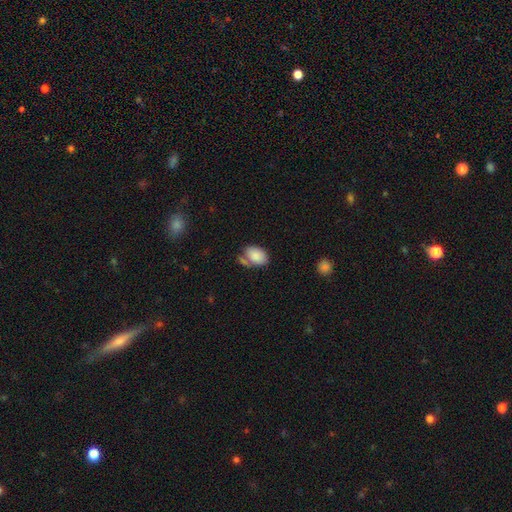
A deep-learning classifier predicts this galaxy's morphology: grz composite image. It shows a smooth galaxy with no disk features (84%) that is in between round and cigar-shaped (87%). Merging: none (52%).